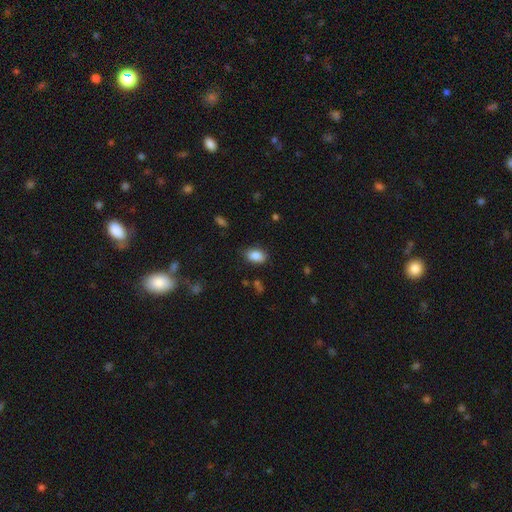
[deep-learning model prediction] Morphology: type=smooth (86%); roundness=in between (86%); merging=none (83%).